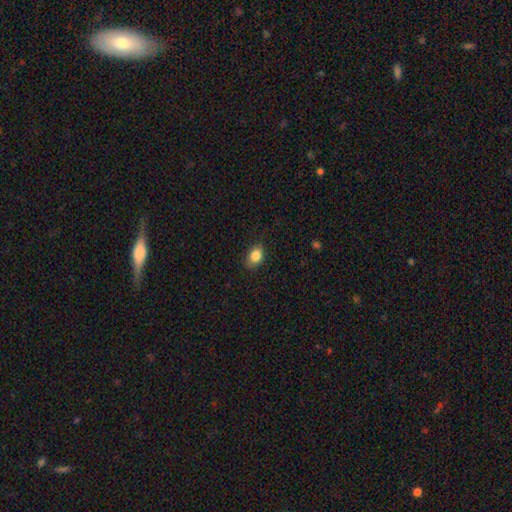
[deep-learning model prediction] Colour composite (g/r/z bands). It shows a smooth galaxy with no disk features (85%) that is in between round and cigar-shaped (73%). Merging: none (84%).